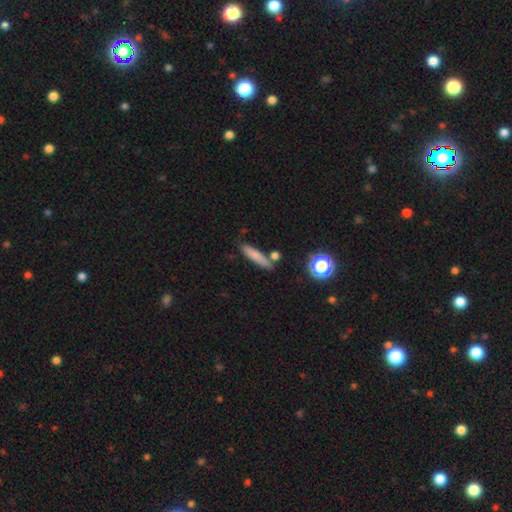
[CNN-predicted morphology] Smooth or featured: smooth — 75% (featured or disk — 15%)
How rounded: cigar-shaped — 82% (in between — 14%)
Merging: none — 75% (minor disturbance — 12%)